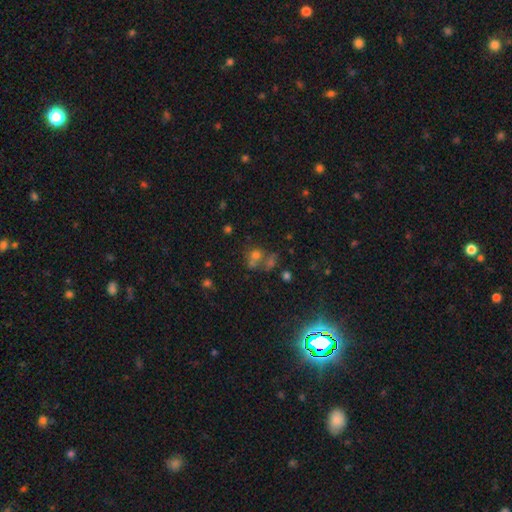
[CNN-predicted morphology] A smooth galaxy with no disk features (56%) that is round (73%). Merging: merger (45%).